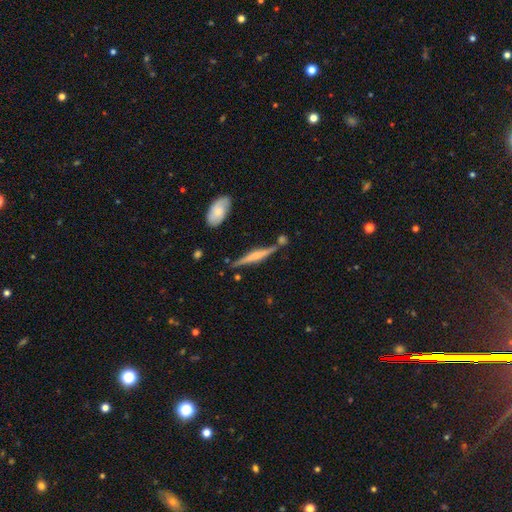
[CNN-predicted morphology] A featured or disk galaxy (67%) viewed edge-on (97%) with a rounded central bulge (57%). Merging: none (76%).